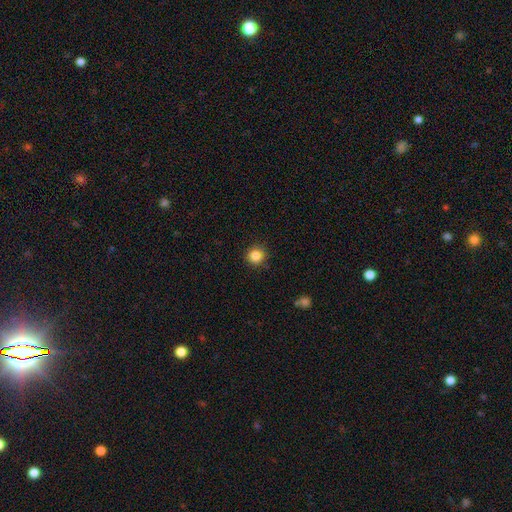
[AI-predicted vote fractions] Smooth or featured?
  - smooth: 85% *
  - star or artifact: 11%
  - featured or disk: 4%
How rounded?
  - round: 93% *
  - in between: 6%
  - cigar-shaped: 1%
Merging?
  - none: 90% *
  - minor disturbance: 7%
  - major disturbance: 2%
  - merger: 1%